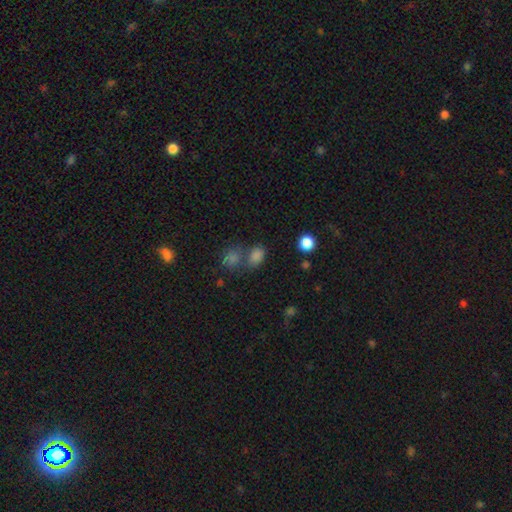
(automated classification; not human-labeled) Morphology: type=smooth (76%); roundness=in between (65%); merging=none (47%).